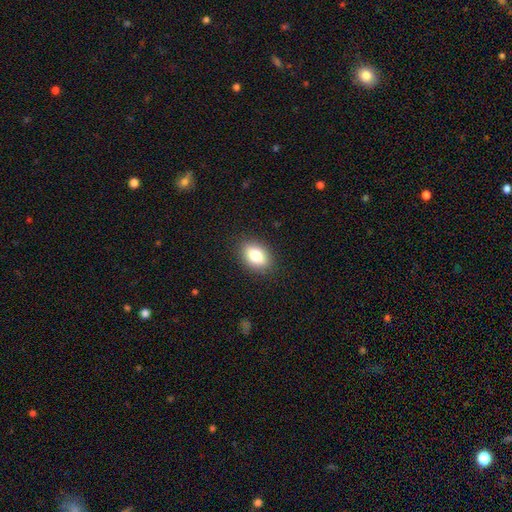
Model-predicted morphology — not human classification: A smooth galaxy with no disk features (80%) that is in between round and cigar-shaped (83%). Merging: none (88%).